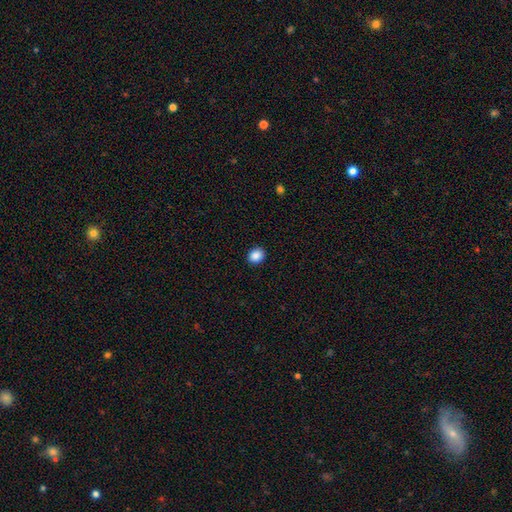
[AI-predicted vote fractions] This is clearly a smooth galaxy (88%). How rounded: likely round (62%). Merging: clearly none (91%).